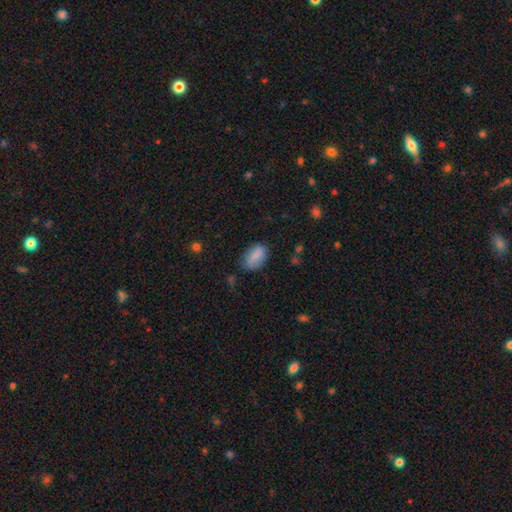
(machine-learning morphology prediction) Smooth or featured? Predicted: smooth (p=0.84). How rounded? Predicted: in between (p=0.90). Merging? Predicted: none (p=0.67).